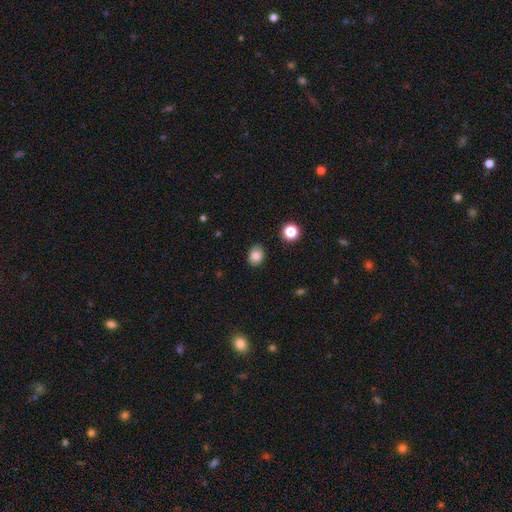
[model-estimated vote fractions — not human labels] Overall: smooth (83%). How rounded: in between (62%; round 37%). Merging: none (86%).